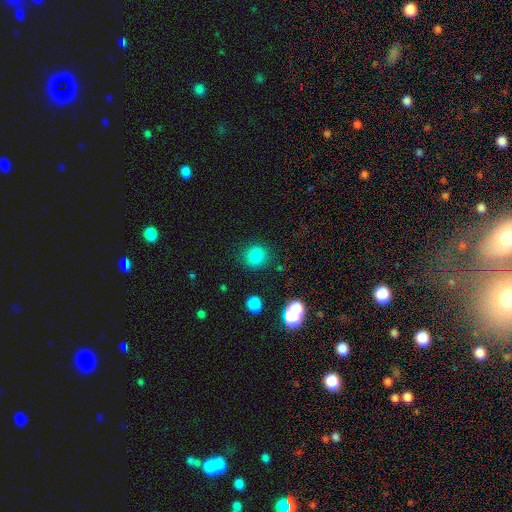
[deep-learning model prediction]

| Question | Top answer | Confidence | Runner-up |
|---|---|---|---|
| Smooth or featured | smooth | 82% | star or artifact (14%) |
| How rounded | round | 79% | in between (19%) |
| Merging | none | 84% | minor disturbance (9%) |